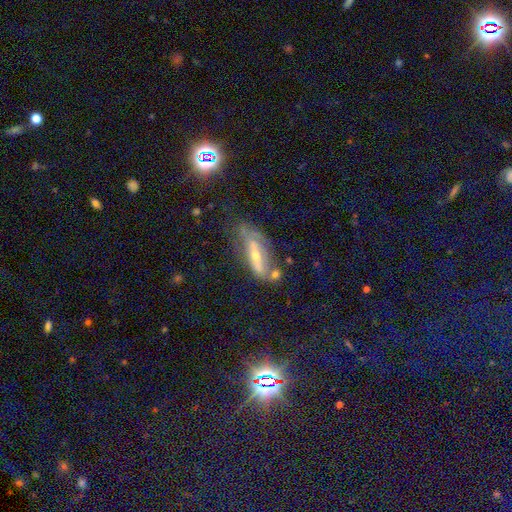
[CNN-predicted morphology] Q: Smooth or featured?
A: featured or disk (56%); runner-up: smooth (26%)
Q: Edge-on disk?
A: no (59%); runner-up: yes (41%)
Q: Merging?
A: none (45%); runner-up: minor disturbance (27%)